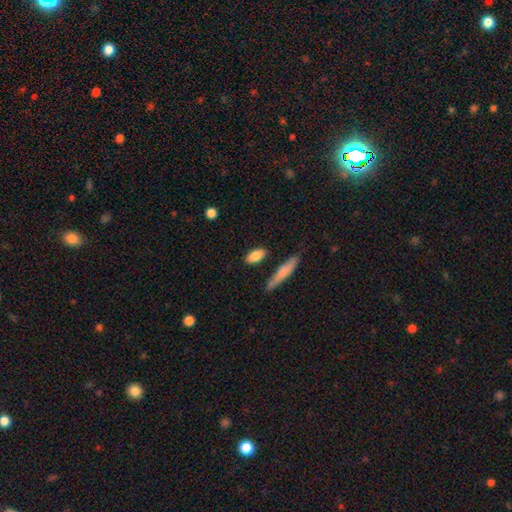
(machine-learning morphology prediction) Smooth or featured?
  - smooth: 84% *
  - featured or disk: 10%
  - star or artifact: 7%
How rounded?
  - in between: 80% *
  - cigar-shaped: 16%
  - round: 4%
Merging?
  - none: 78% *
  - minor disturbance: 14%
  - merger: 5%
  - major disturbance: 3%